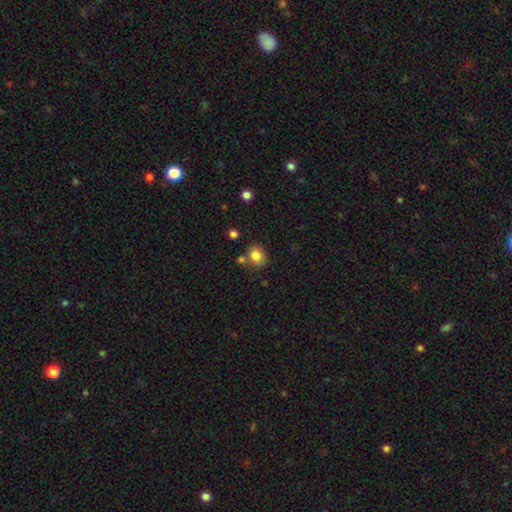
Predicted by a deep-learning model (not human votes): smooth_or_featured: smooth (p=0.83) [alt: star or artifact p=0.10]
how_rounded: round (p=0.53) [alt: in between p=0.46]
merging: none (p=0.71) [alt: minor disturbance p=0.14]